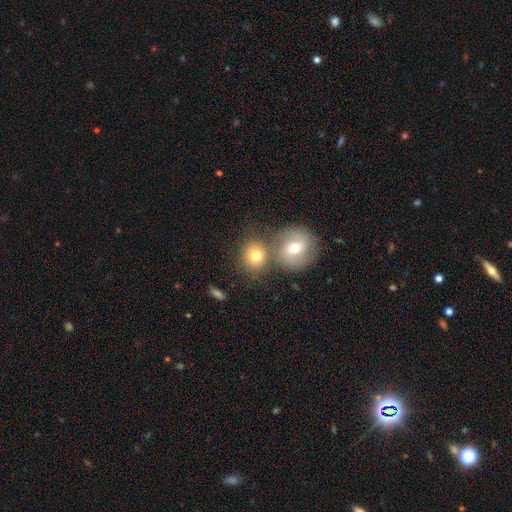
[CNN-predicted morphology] smooth_or_featured: smooth (p=0.73) [alt: featured or disk p=0.18]
how_rounded: round (p=0.79) [alt: in between p=0.20]
merging: none (p=0.50) [alt: merger p=0.36]